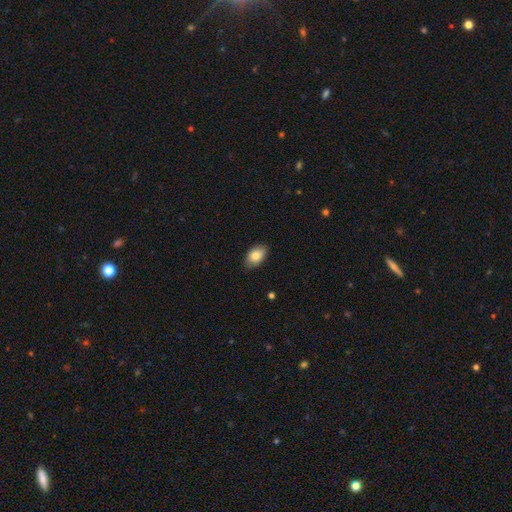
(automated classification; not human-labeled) Smooth or featured? smooth (85%)
How rounded? in between (90%)
Merging? none (83%)